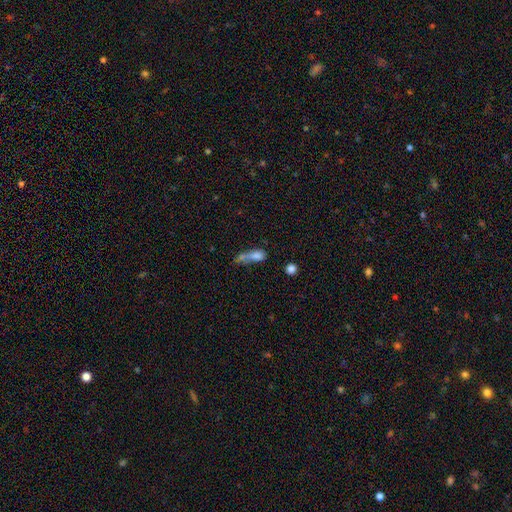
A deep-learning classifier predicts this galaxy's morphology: Smooth or featured?
  - smooth: 68% *
  - featured or disk: 19%
  - star or artifact: 13%
How rounded?
  - in between: 52% *
  - cigar-shaped: 30%
  - round: 17%
Merging?
  - merger: 43% *
  - major disturbance: 22%
  - none: 21%
  - minor disturbance: 15%